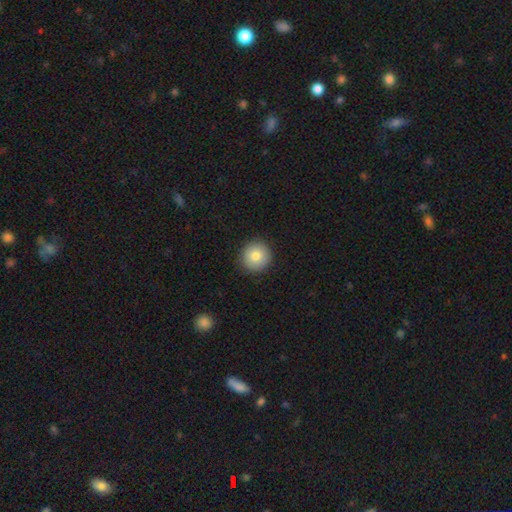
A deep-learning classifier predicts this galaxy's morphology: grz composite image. It shows a smooth galaxy with no disk features (80%) that is round (95%). Merging: none (91%).